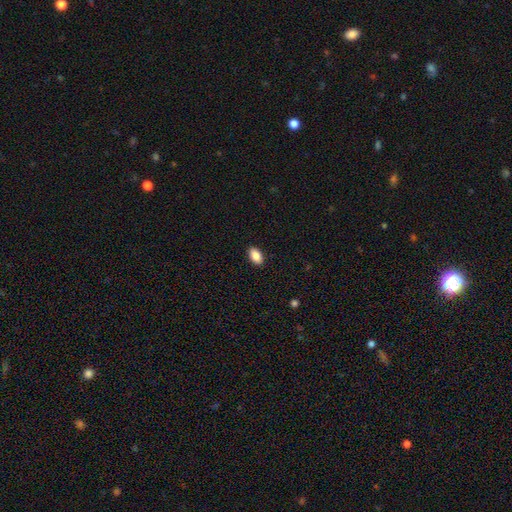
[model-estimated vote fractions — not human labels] This appears to be a smooth galaxy with no disk features (88%) that is in between round and cigar-shaped (93%). Merging: none (90%).